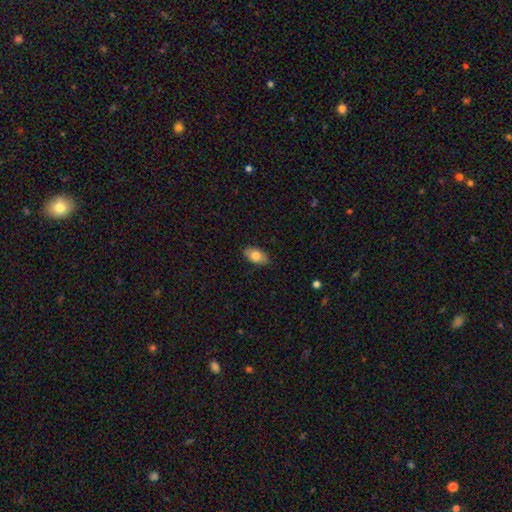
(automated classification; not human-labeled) smooth-or-featured: smooth: 79% | featured or disk: 14% | star or artifact: 7%
  how-rounded: in between: 90% | round: 7% | cigar-shaped: 2%
  merging: none: 85% | minor disturbance: 12% | major disturbance: 2% | merger: 1%